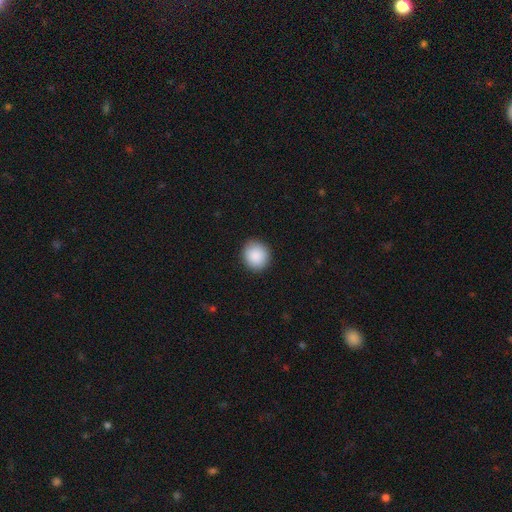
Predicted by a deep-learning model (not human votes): The model was most divided on "how rounded": round: 87%, in between: 13%, cigar-shaped: 1%. More confident: merging — none (91%); smooth or featured — smooth (90%).